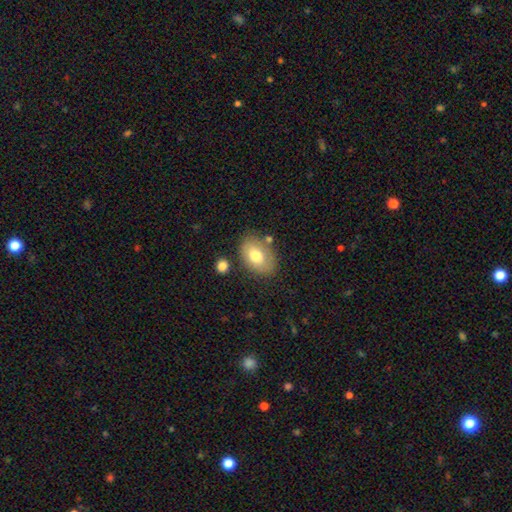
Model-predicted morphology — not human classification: smooth_or_featured: smooth (p=0.73) [alt: featured or disk p=0.19]
how_rounded: in between (p=0.82) [alt: round p=0.17]
merging: none (p=0.72) [alt: minor disturbance p=0.17]